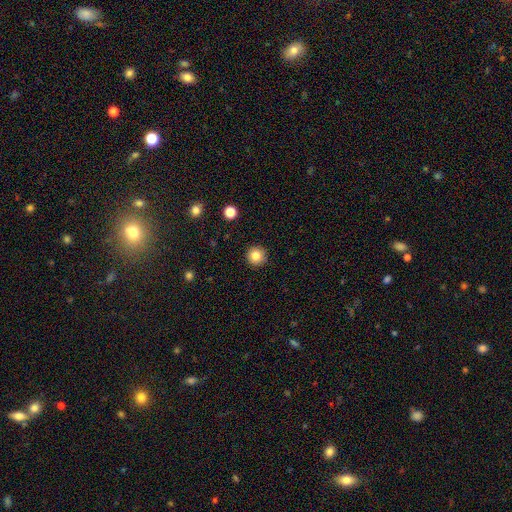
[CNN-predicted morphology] The model was most divided on "smooth or featured": smooth: 83%, star or artifact: 11%, featured or disk: 6%. More confident: how rounded — round (96%); merging — none (92%).